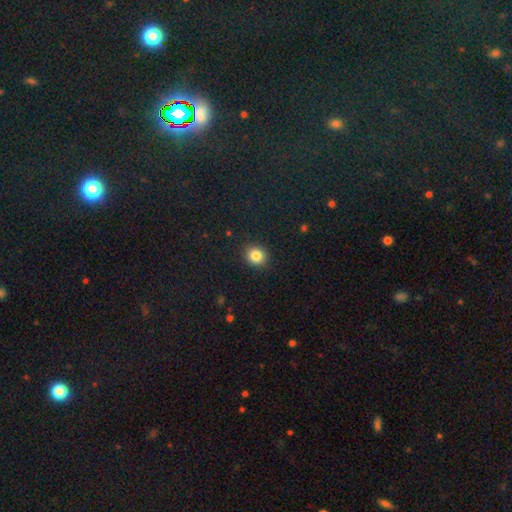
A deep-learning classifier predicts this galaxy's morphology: The model was most divided on "how rounded": round: 78%, in between: 21%, cigar-shaped: 1%. More confident: merging — none (91%); smooth or featured — smooth (84%).